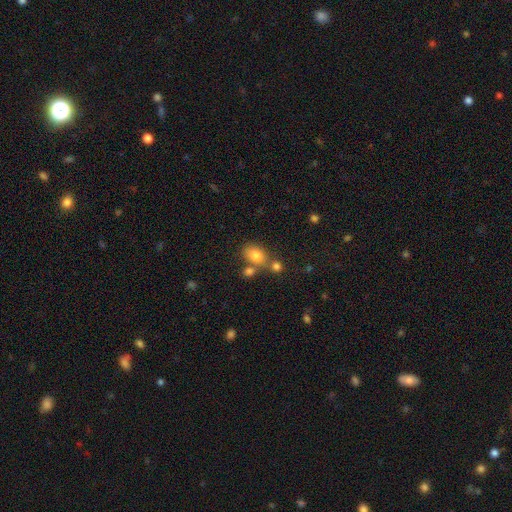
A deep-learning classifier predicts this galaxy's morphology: type=smooth (80%); roundness=in between (74%); merging=none (55%).